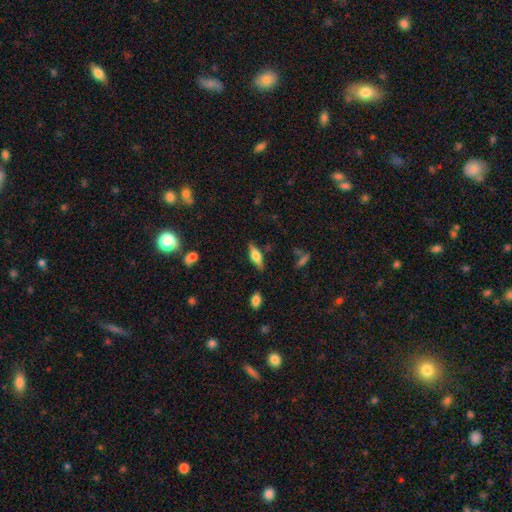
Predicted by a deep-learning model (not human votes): smooth 48%, featured or disk 44%, star or artifact 7%. Down the decision tree: merging — none (83%).